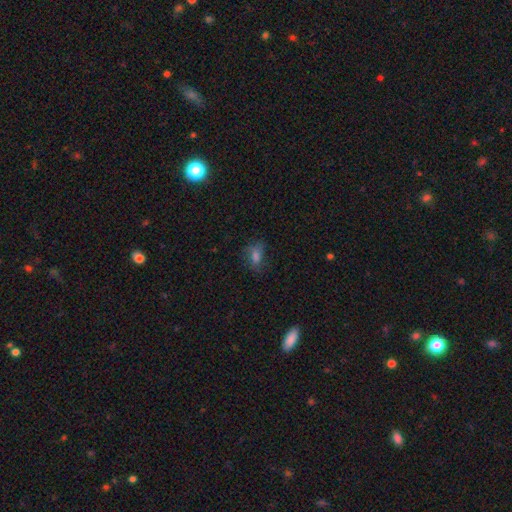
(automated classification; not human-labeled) smooth 66%, star or artifact 18%, featured or disk 16%. Down the decision tree: how rounded — in between (74%); merging — none (61%).